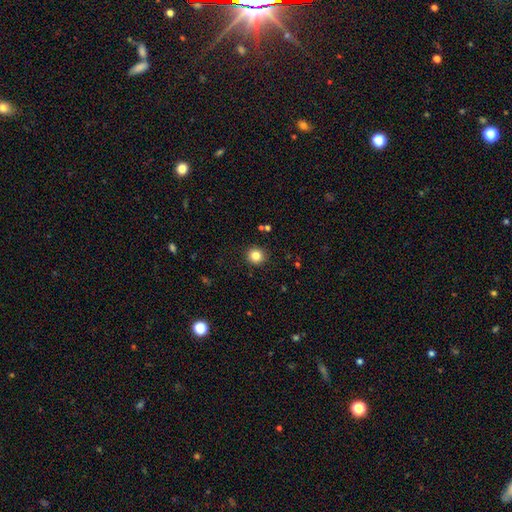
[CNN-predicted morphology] The model was most divided on "smooth or featured": smooth: 83%, star or artifact: 12%, featured or disk: 5%. More confident: how rounded — round (93%); merging — none (91%).